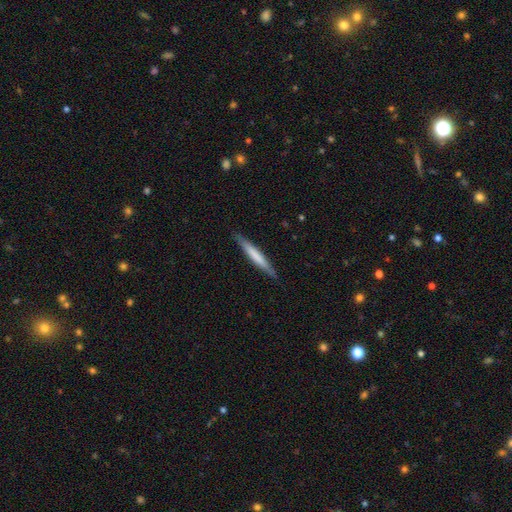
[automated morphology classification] Overall: smooth (60%; featured or disk 35%). How rounded: cigar-shaped (95%). Merging: none (88%).